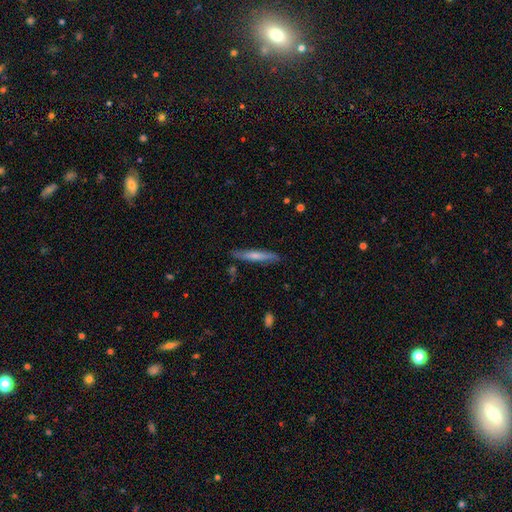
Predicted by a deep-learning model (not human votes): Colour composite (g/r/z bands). It shows a smooth galaxy with no disk features (59%) that is cigar-shaped (93%). Merging: none (83%).